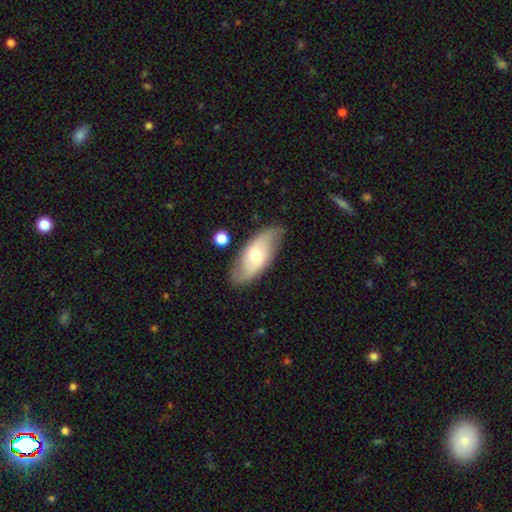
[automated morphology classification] smooth_or_featured: featured or disk (p=0.50) [alt: smooth p=0.44]
merging: none (p=0.79) [alt: minor disturbance p=0.15]